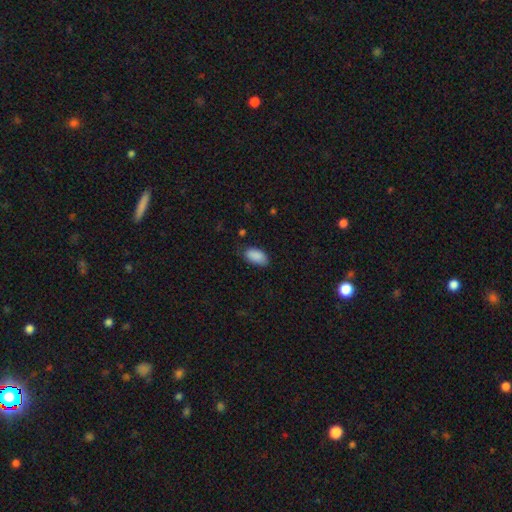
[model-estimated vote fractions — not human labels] Q: Smooth or featured?
A: smooth (90%); runner-up: star or artifact (7%)
Q: How rounded?
A: in between (94%); runner-up: round (3%)
Q: Merging?
A: none (78%); runner-up: minor disturbance (18%)